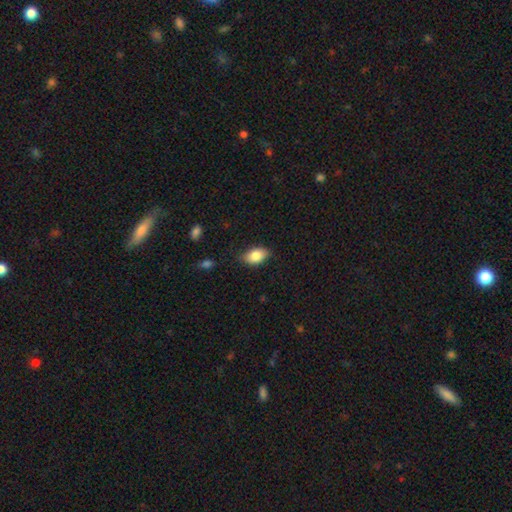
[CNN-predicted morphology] Smooth or featured? Predicted: smooth (p=0.83). How rounded? Predicted: in between (p=0.88). Merging? Predicted: none (p=0.80).